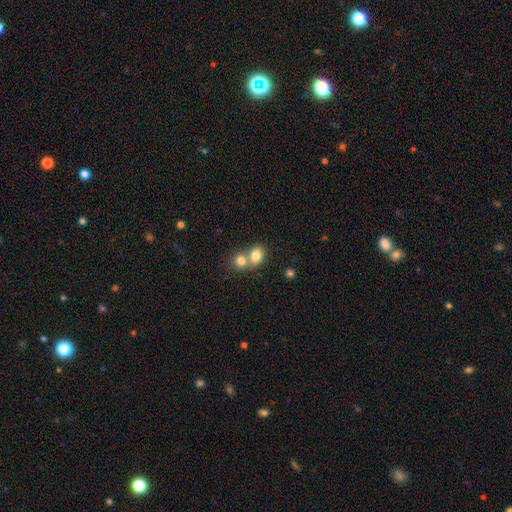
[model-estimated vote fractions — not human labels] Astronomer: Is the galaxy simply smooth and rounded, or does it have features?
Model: smooth — 80%.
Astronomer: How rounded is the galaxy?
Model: round — 60% (runner-up: in between, 39%).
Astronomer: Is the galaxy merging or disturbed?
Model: merger — 61%.